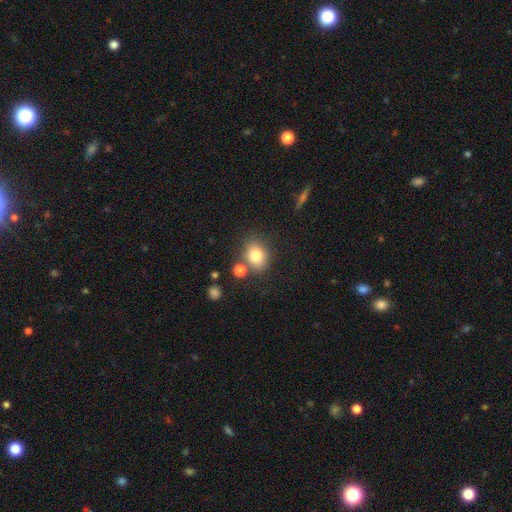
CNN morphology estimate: Smooth or featured: smooth — 79% (star or artifact — 11%)
How rounded: round — 53% (in between — 46%)
Merging: none — 71% (merger — 13%)